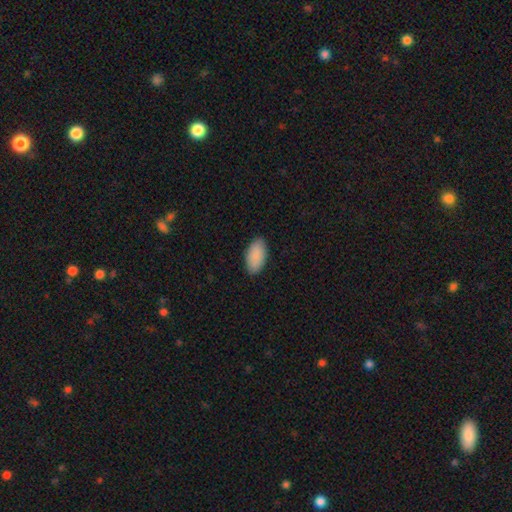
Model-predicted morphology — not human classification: Q: Smooth or featured?
A: smooth (90%); runner-up: star or artifact (6%)
Q: How rounded?
A: in between (95%); runner-up: cigar-shaped (3%)
Q: Merging?
A: none (86%); runner-up: minor disturbance (11%)